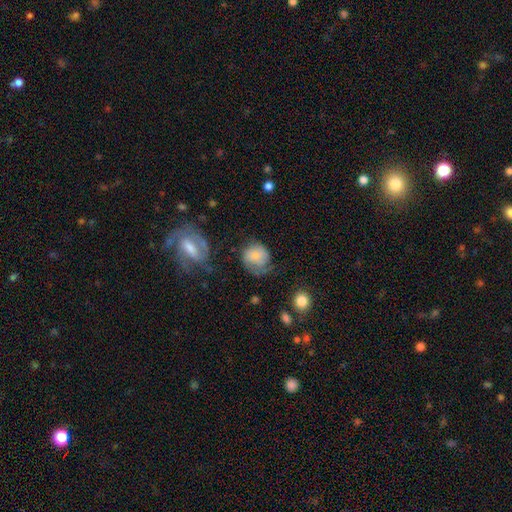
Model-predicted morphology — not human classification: smooth_or_featured: smooth (p=0.54) [alt: featured or disk p=0.38]
how_rounded: round (p=0.74) [alt: in between p=0.25]
merging: none (p=0.48) [alt: minor disturbance p=0.27]